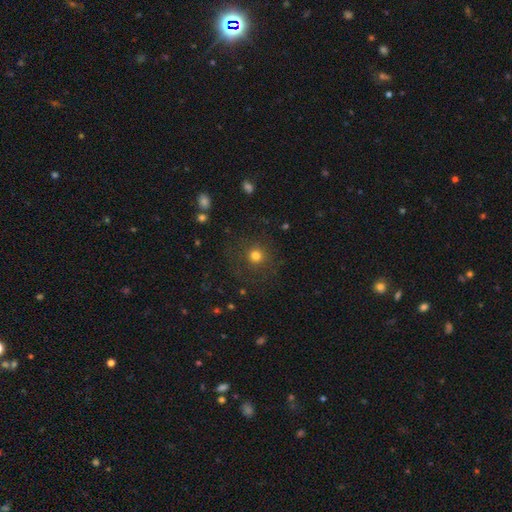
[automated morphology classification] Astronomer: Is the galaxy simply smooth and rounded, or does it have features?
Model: smooth — 76%.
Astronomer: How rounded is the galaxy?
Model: round — 93%.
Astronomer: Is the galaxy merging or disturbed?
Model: none — 83%.